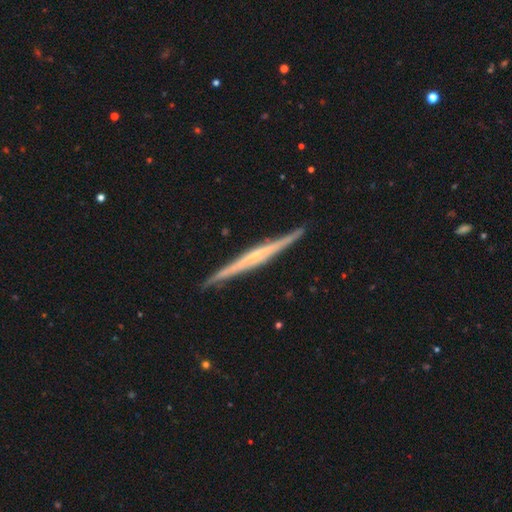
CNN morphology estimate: featured or disk 76%, smooth 19%, star or artifact 5%. Down the decision tree: edge-on disk — yes (97%); edge-on bulge — none (53%); merging — none (89%).